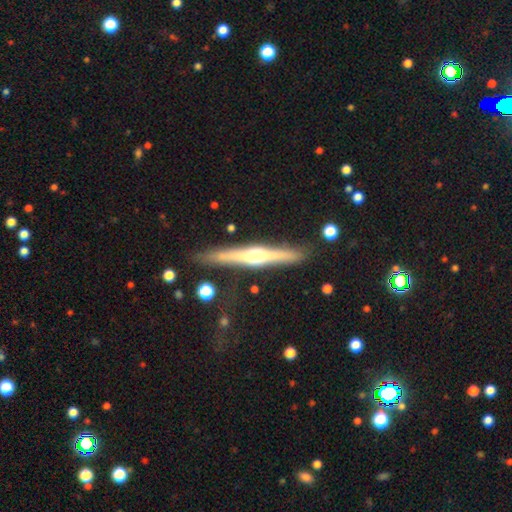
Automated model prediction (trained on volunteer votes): Smooth or featured?
  - featured or disk: 66% *
  - smooth: 29%
  - star or artifact: 5%
Edge-on disk?
  - yes: 96% *
  - no: 4%
Edge-on bulge?
  - rounded: 88% *
  - boxy: 6%
  - none: 6%
Merging?
  - none: 84% *
  - minor disturbance: 11%
  - major disturbance: 3%
  - merger: 2%